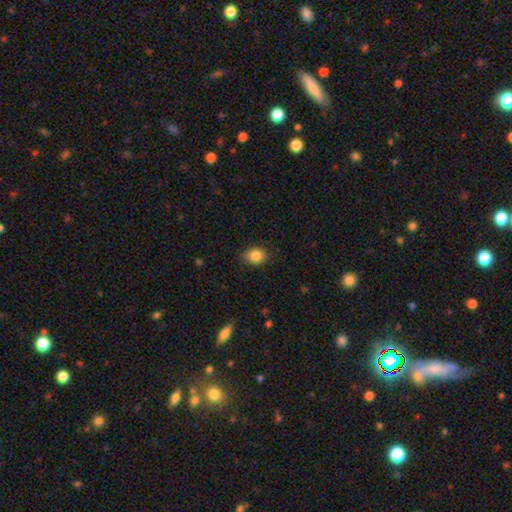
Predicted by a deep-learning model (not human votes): smooth 85%, star or artifact 9%, featured or disk 5%. Down the decision tree: how rounded — in between (54%); merging — none (83%).